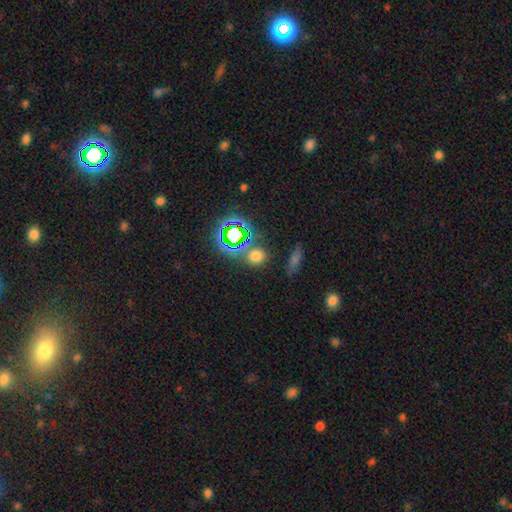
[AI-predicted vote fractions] smooth-or-featured: smooth: 57% | star or artifact: 36% | featured or disk: 7%
  how-rounded: round: 73% | in between: 24% | cigar-shaped: 2%
  merging: none: 75% | merger: 10% | minor disturbance: 10% | major disturbance: 4%